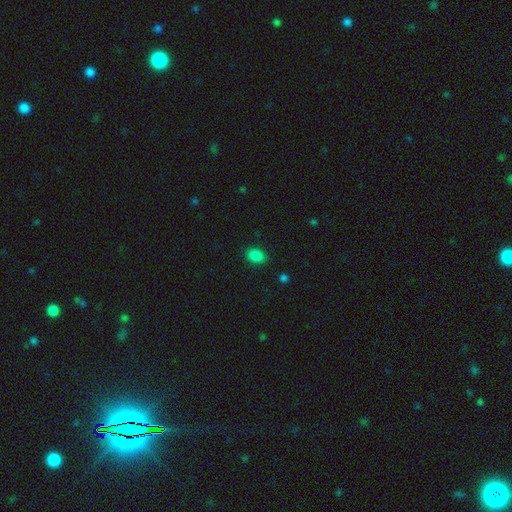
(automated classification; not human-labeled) A smooth galaxy with no disk features (86%) that is in between round and cigar-shaped (76%). Merging: none (88%).